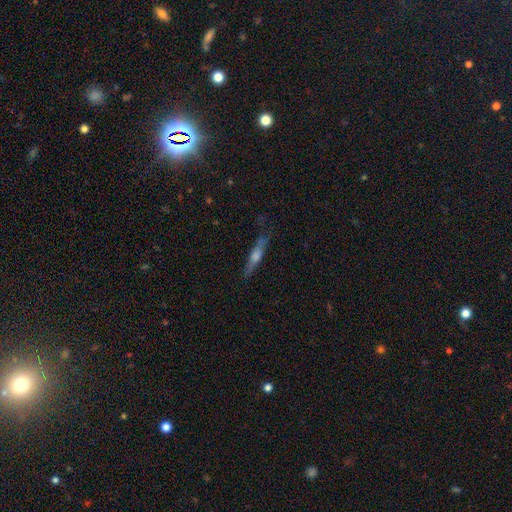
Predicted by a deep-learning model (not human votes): This appears to be a featured or disk galaxy (58%) viewed edge-on (94%) with a rounded central bulge (70%). Merging: none (81%).